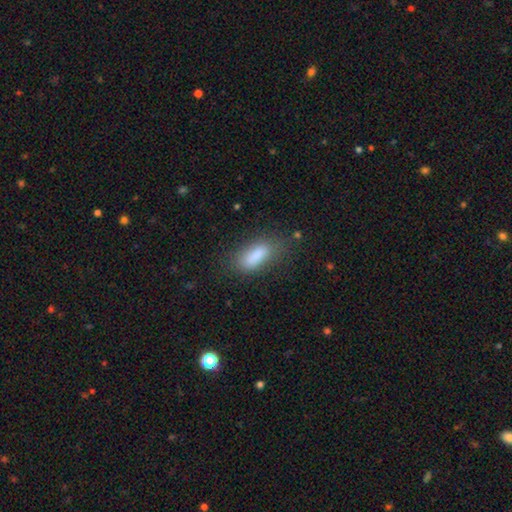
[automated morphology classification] Smooth or featured?
  - smooth: 83% *
  - featured or disk: 9%
  - star or artifact: 8%
How rounded?
  - in between: 76% *
  - cigar-shaped: 21%
  - round: 3%
Merging?
  - none: 68% *
  - minor disturbance: 21%
  - major disturbance: 9%
  - merger: 3%